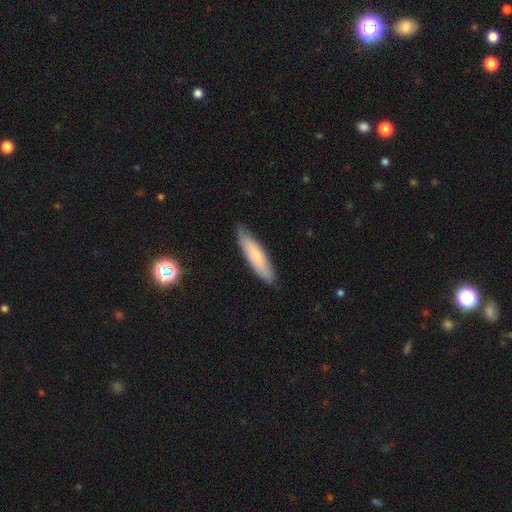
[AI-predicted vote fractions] A smooth galaxy with no disk features (70%) that is cigar-shaped (75%). Merging: none (83%).